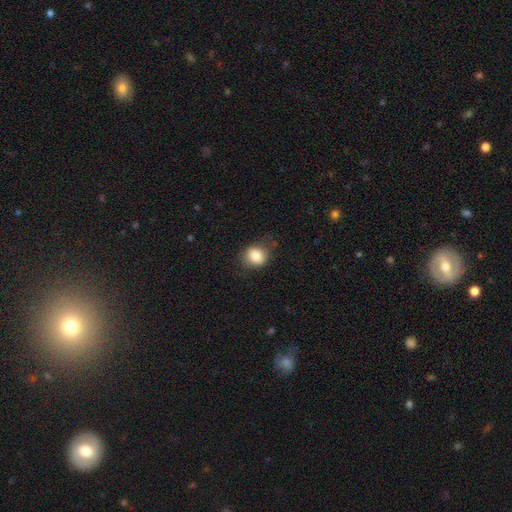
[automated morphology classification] Smooth or featured? smooth (82%)
How rounded? round (63%)
Merging? none (68%)